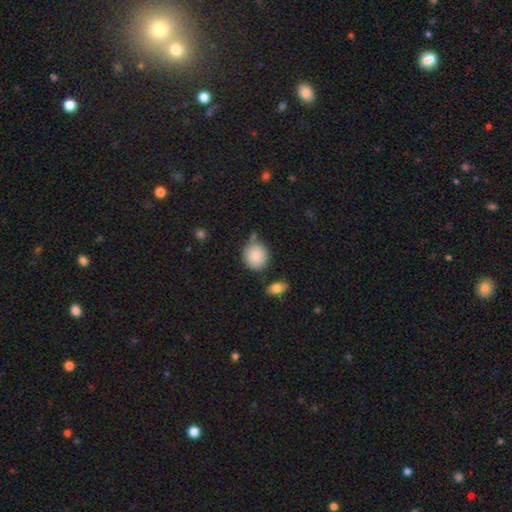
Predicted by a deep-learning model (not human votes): Overall: smooth (86%). How rounded: round (86%). Merging: none (71%).